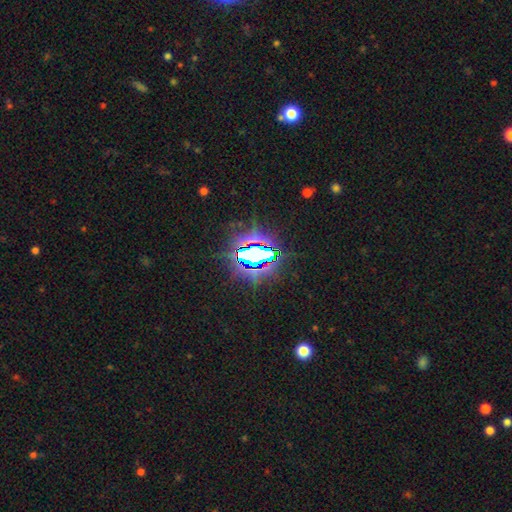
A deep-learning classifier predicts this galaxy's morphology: smooth_or_featured: star or artifact (p=0.80) [alt: smooth p=0.10]